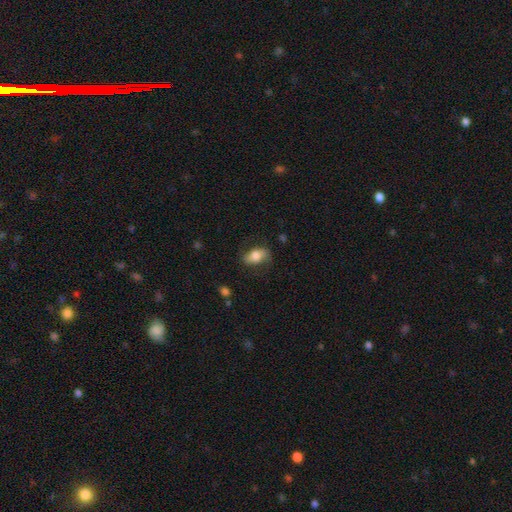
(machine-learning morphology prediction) type=smooth (65%); roundness=in between (86%); merging=none (68%).